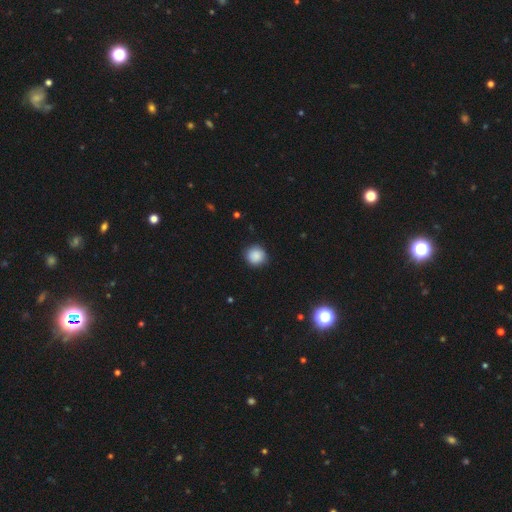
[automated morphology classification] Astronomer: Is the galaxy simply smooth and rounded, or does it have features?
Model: smooth — 88%.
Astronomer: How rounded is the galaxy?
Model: round — 93%.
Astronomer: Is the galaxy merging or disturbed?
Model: none — 89%.